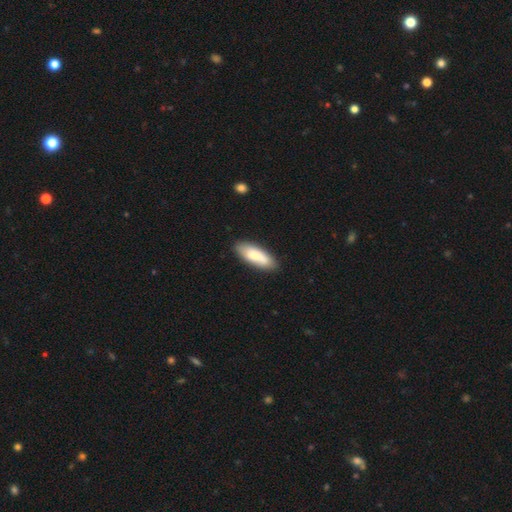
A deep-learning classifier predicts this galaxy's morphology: The model was most divided on "how rounded": in between: 67%, cigar-shaped: 32%, round: 2%. More confident: merging — none (81%); smooth or featured — smooth (79%).